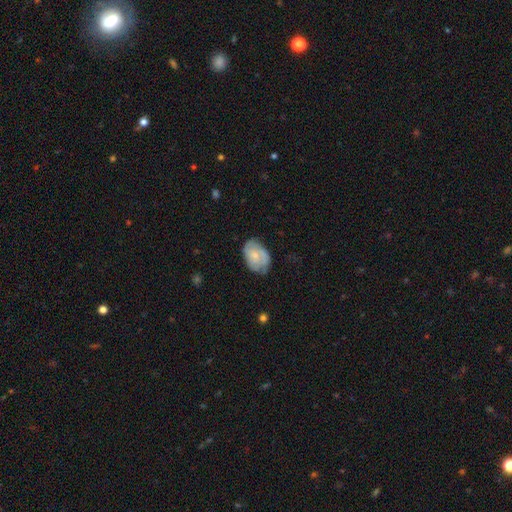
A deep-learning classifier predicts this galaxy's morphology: Smooth or featured? Predicted: smooth (p=0.50). How rounded? Predicted: in between (p=0.84). Merging? Predicted: none (p=0.54).